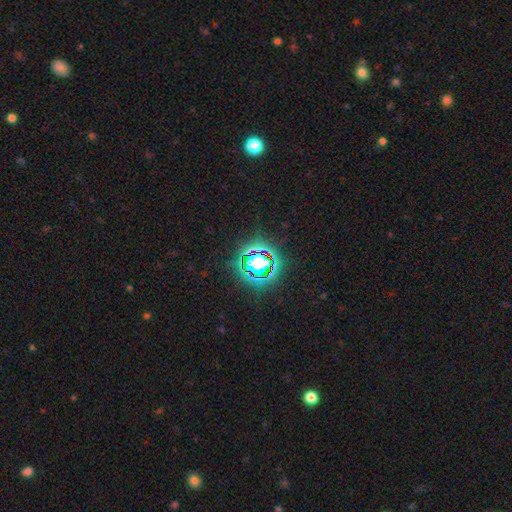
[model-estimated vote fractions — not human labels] smooth_or_featured: star or artifact (p=0.80) [alt: smooth p=0.13]